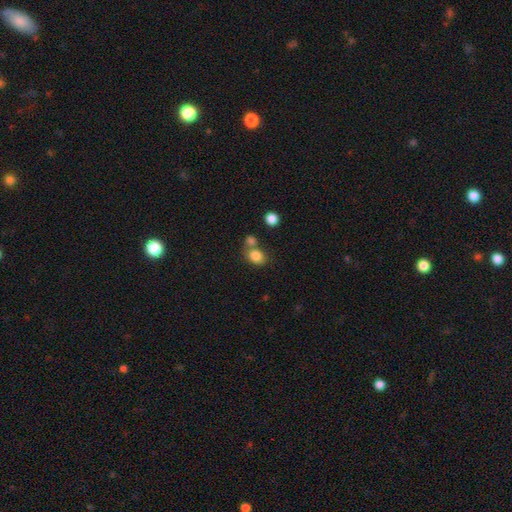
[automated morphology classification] Smooth or featured? smooth (82%)
How rounded? round (49%, tied with in between)
Merging? none (52%)